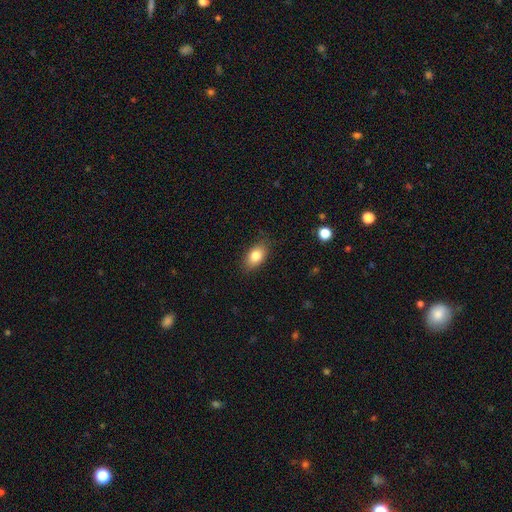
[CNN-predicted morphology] Smooth or featured?
  - smooth: 83% *
  - featured or disk: 9%
  - star or artifact: 8%
How rounded?
  - in between: 88% *
  - round: 10%
  - cigar-shaped: 2%
Merging?
  - none: 84% *
  - minor disturbance: 12%
  - major disturbance: 3%
  - merger: 1%